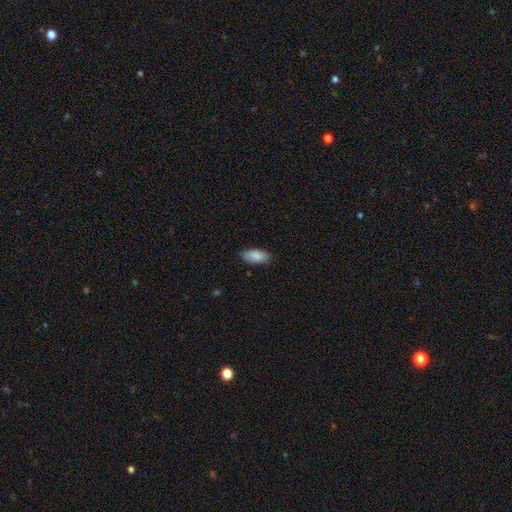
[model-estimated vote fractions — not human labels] A smooth galaxy with no disk features (88%) that is in between round and cigar-shaped (89%).

Vote fractions:
- Smooth or featured? smooth: 88% / star or artifact: 6% / featured or disk: 6%
- How rounded? in between: 89% / cigar-shaped: 9% / round: 2%
- Merging? none: 85% / minor disturbance: 12% / major disturbance: 2% / merger: 1%